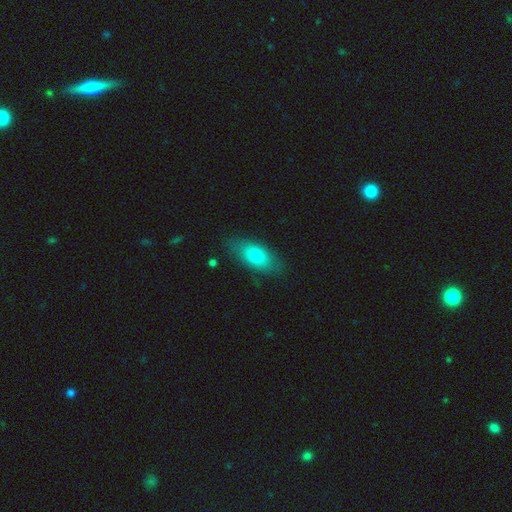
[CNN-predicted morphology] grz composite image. It shows a smooth galaxy with no disk features (78%) that is in between round and cigar-shaped (86%). Merging: none (81%).